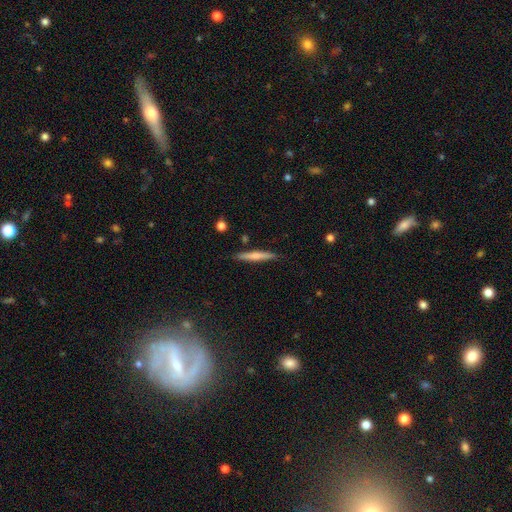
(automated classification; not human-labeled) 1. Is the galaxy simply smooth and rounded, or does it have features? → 54% smooth, 40% featured or disk, 6% star or artifact.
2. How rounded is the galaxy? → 94% cigar-shaped, 5% in between, 2% round.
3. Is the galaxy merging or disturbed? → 87% none, 9% minor disturbance, 2% merger, 2% major disturbance.